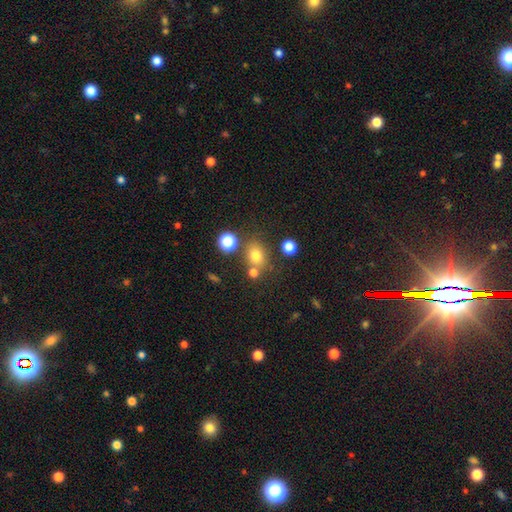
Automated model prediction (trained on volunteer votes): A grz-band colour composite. It shows a smooth galaxy with no disk features (74%) that is round (59%). Merging: none (70%).